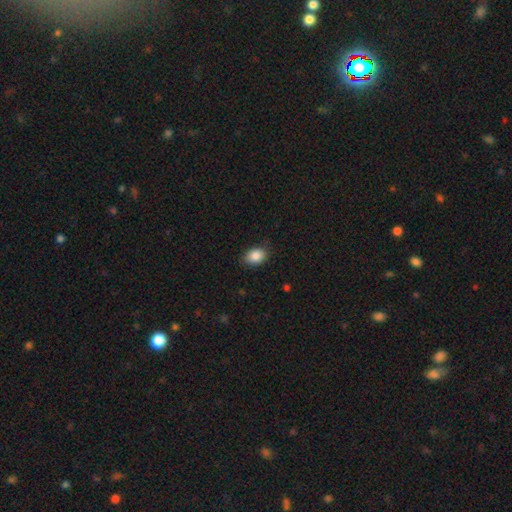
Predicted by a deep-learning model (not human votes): Q: Smooth or featured?
A: smooth (87%); runner-up: star or artifact (8%)
Q: How rounded?
A: in between (77%); runner-up: round (22%)
Q: Merging?
A: none (83%); runner-up: minor disturbance (13%)